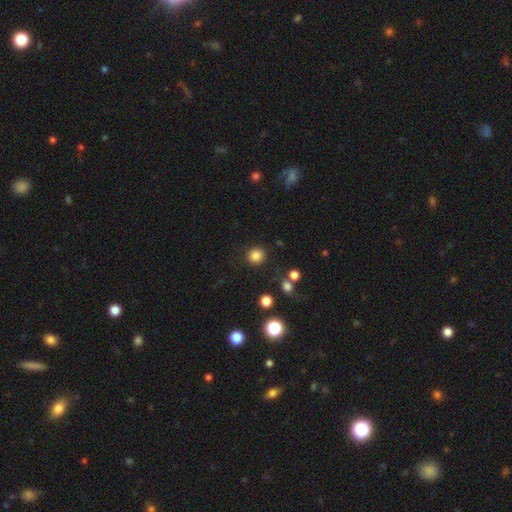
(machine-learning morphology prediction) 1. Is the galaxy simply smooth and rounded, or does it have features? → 83% smooth, 12% star or artifact, 5% featured or disk.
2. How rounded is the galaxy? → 89% round, 10% in between, 1% cigar-shaped.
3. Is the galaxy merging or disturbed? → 88% none, 7% minor disturbance, 3% major disturbance, 2% merger.